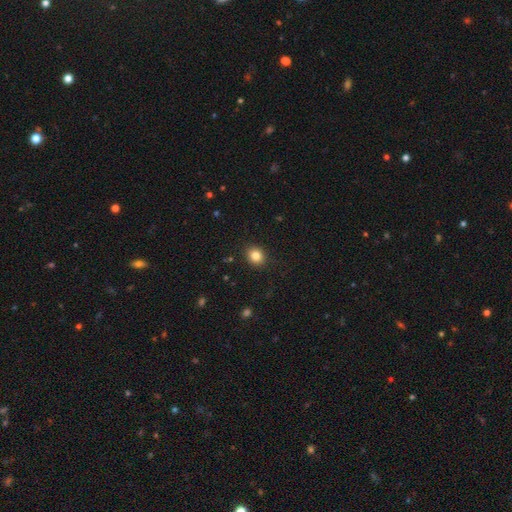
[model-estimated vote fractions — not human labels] A smooth galaxy with no disk features (83%) that is round (66%).

Vote fractions:
- Smooth or featured? smooth: 83% / star or artifact: 11% / featured or disk: 6%
- How rounded? round: 66% / in between: 33% / cigar-shaped: 1%
- Merging? none: 90% / minor disturbance: 7% / major disturbance: 2% / merger: 1%